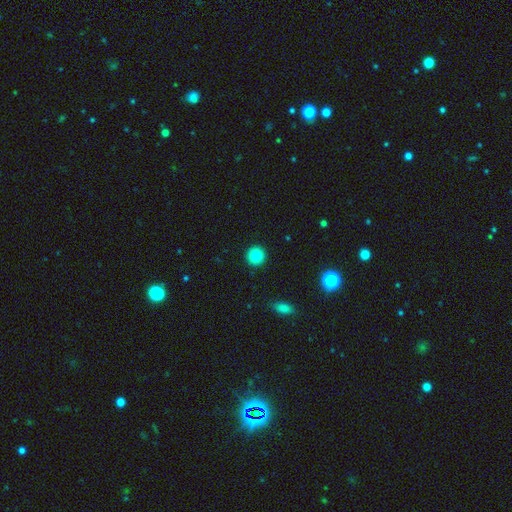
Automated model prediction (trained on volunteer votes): A smooth galaxy with no disk features (83%) that is round (95%).

Vote fractions:
- Smooth or featured? smooth: 83% / star or artifact: 10% / featured or disk: 7%
- How rounded? round: 95% / in between: 4% / cigar-shaped: 1%
- Merging? none: 93% / minor disturbance: 4% / major disturbance: 2% / merger: 1%